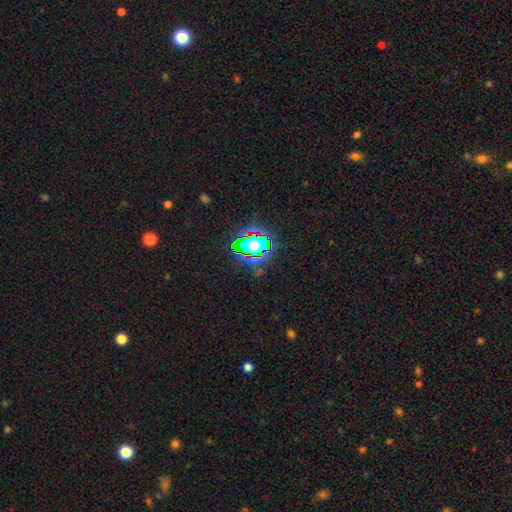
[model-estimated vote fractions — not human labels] Smooth or featured?
  - star or artifact: 72% *
  - smooth: 18%
  - featured or disk: 10%